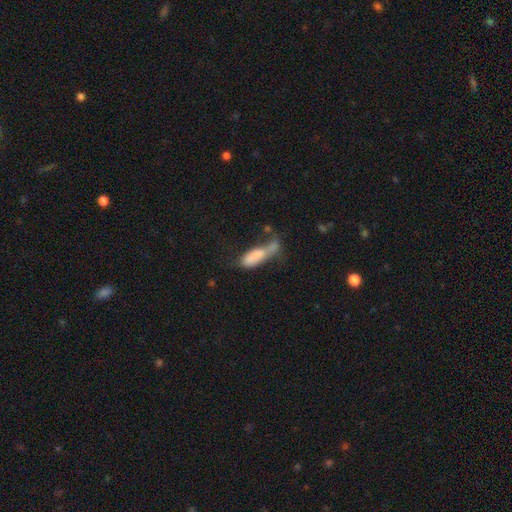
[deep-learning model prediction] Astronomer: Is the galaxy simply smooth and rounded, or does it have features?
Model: smooth — 75%.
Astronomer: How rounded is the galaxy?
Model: in between — 62%.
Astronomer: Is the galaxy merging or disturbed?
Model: merger — 34% (runner-up: major disturbance, 25%).